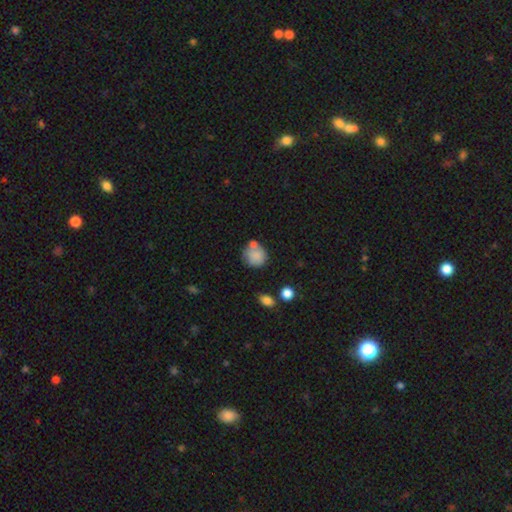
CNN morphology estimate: smooth-or-featured: smooth: 81% | featured or disk: 11% | star or artifact: 9%
  how-rounded: round: 84% | in between: 15% | cigar-shaped: 1%
  merging: none: 56% | merger: 21% | minor disturbance: 17% | major disturbance: 6%